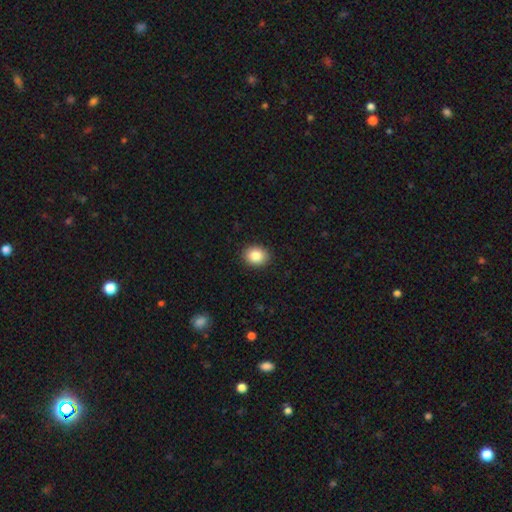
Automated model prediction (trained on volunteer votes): The model was most divided on "how rounded": round: 54%, in between: 45%, cigar-shaped: 1%. More confident: merging — none (91%); smooth or featured — smooth (86%).